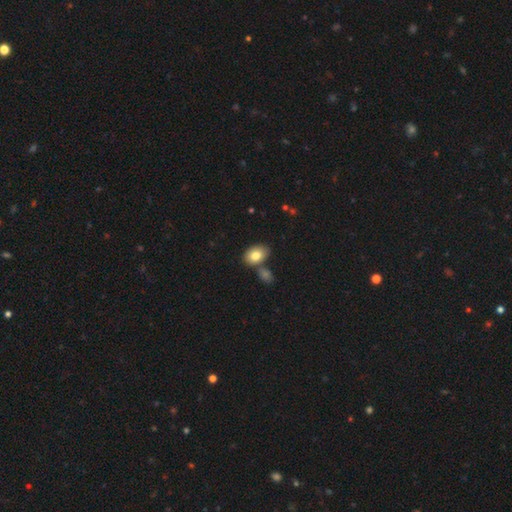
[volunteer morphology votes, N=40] type=smooth (75%); roundness=in between (97%); merging=none (71%).